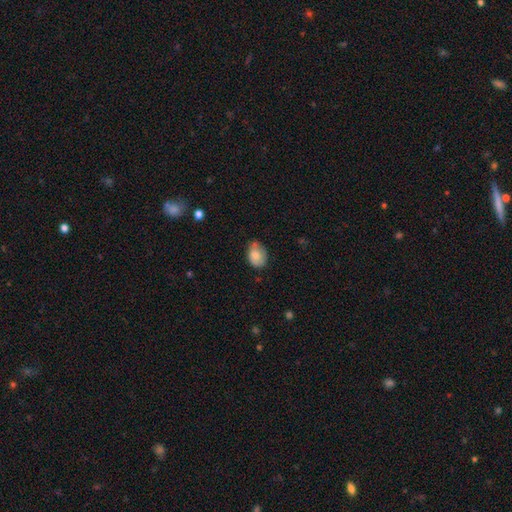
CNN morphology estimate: smooth 76%, featured or disk 17%, star or artifact 8%. Down the decision tree: how rounded — in between (71%); merging — none (55%).